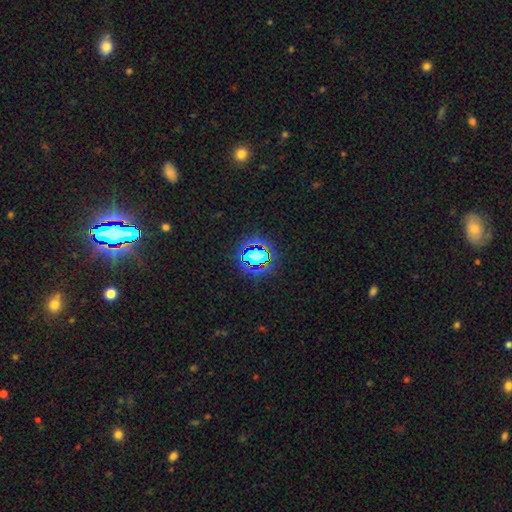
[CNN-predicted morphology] Smooth or featured: star or artifact — 63% (smooth — 24%)